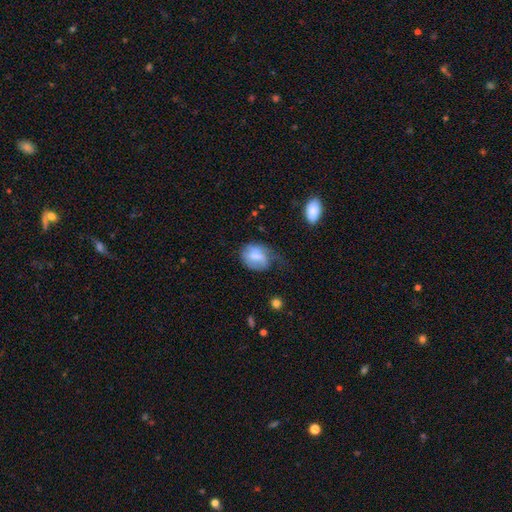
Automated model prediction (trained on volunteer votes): smooth 62%, featured or disk 30%, star or artifact 8%. Down the decision tree: how rounded — in between (58%); merging — minor disturbance (35%).